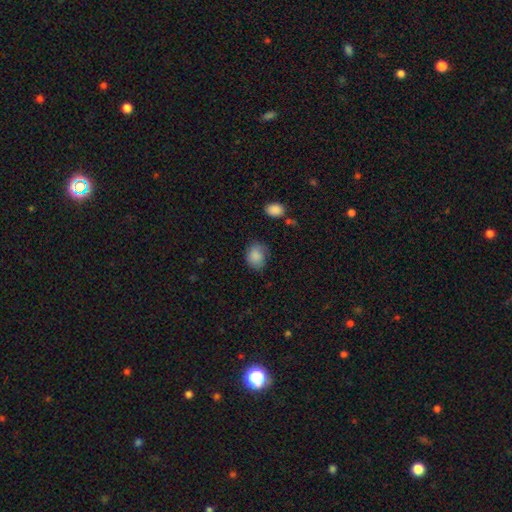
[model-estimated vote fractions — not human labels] smooth_or_featured: smooth (p=0.86) [alt: star or artifact p=0.08]
how_rounded: in between (p=0.52) [alt: round p=0.47]
merging: none (p=0.64) [alt: minor disturbance p=0.27]